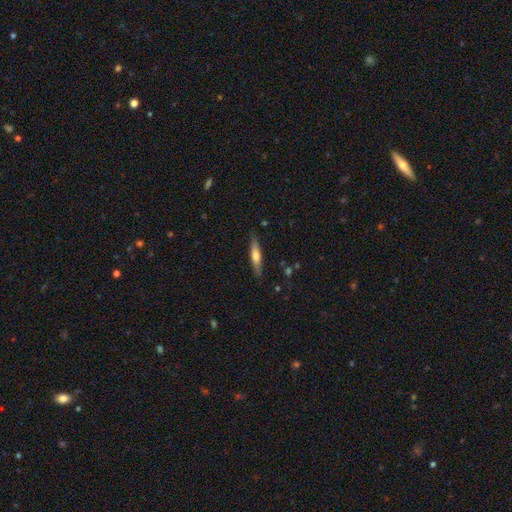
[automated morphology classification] Smooth or featured?
  - smooth: 53% *
  - featured or disk: 41%
  - star or artifact: 6%
How rounded?
  - cigar-shaped: 86% *
  - in between: 13%
  - round: 2%
Merging?
  - none: 85% *
  - minor disturbance: 11%
  - major disturbance: 2%
  - merger: 2%